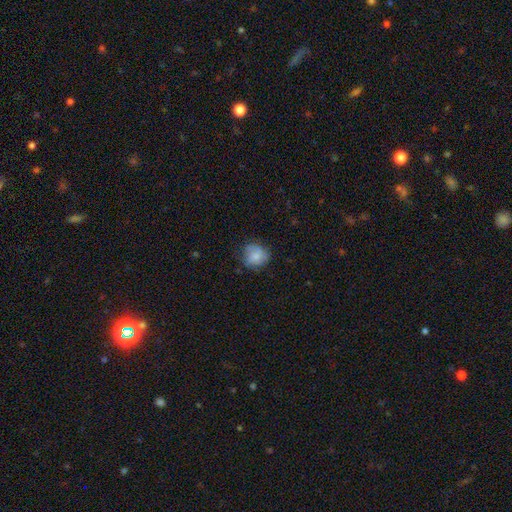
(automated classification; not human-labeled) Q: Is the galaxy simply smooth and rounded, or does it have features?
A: smooth — 70%.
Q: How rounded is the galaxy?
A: round — 79%.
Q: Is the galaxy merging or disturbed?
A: none — 66%.